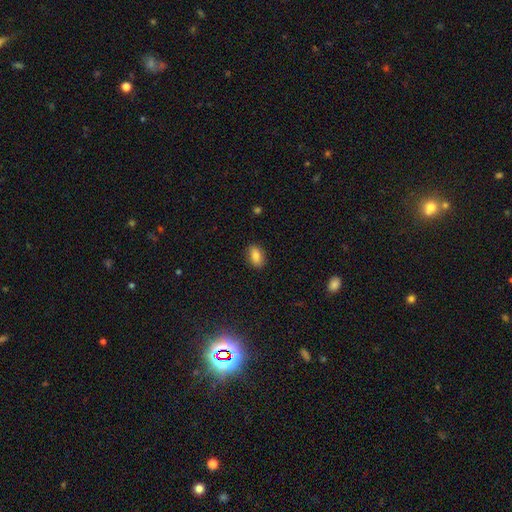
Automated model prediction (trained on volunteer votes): A smooth galaxy with no disk features (83%) that is in between round and cigar-shaped (89%). Merging: none (87%).